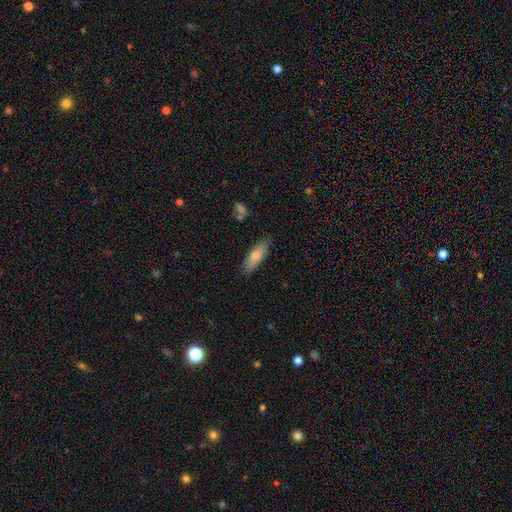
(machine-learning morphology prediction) The model was most divided on "how rounded": in between: 61%, cigar-shaped: 37%, round: 2%. More confident: merging — none (82%); smooth or featured — smooth (75%).